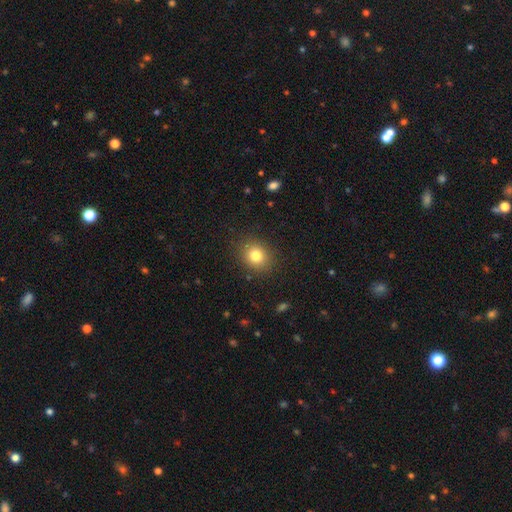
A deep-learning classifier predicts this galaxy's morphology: The model was most divided on "how rounded": round: 67%, in between: 32%, cigar-shaped: 1%. More confident: merging — none (88%); smooth or featured — smooth (80%).